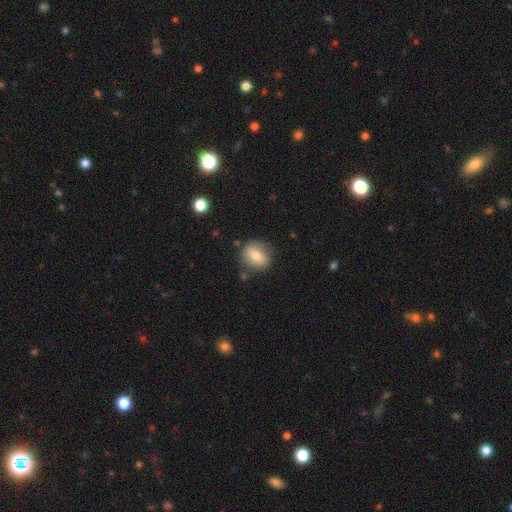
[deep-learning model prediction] Smooth or featured? Predicted: smooth (p=0.65). How rounded? Predicted: round (p=0.64). Merging? Predicted: none (p=0.79).